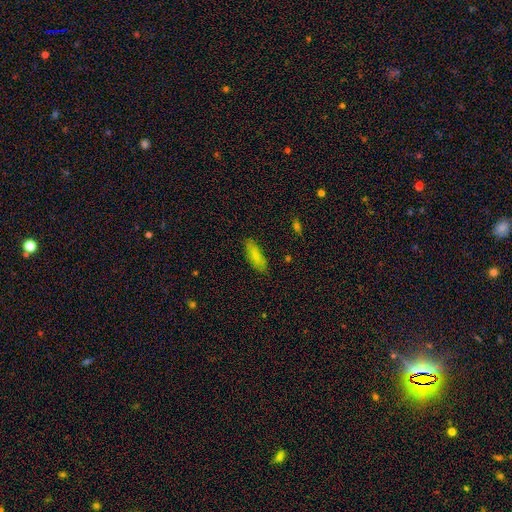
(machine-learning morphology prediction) Q: Smooth or featured?
A: smooth (84%); runner-up: featured or disk (9%)
Q: How rounded?
A: in between (61%); runner-up: cigar-shaped (37%)
Q: Merging?
A: none (83%); runner-up: minor disturbance (13%)